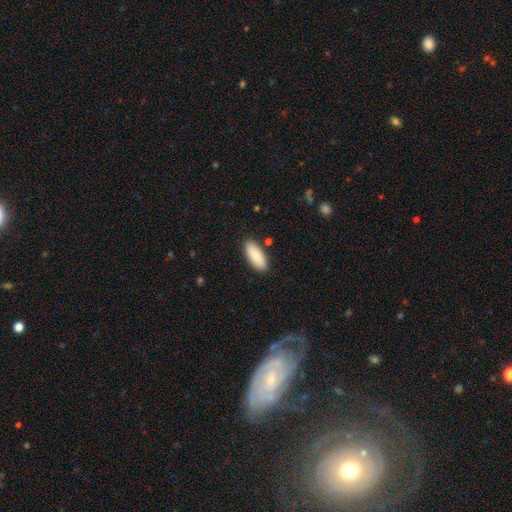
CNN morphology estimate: Smooth or featured?
  - smooth: 86% *
  - featured or disk: 8%
  - star or artifact: 6%
How rounded?
  - in between: 86% *
  - cigar-shaped: 12%
  - round: 2%
Merging?
  - none: 87% *
  - minor disturbance: 9%
  - merger: 2%
  - major disturbance: 2%